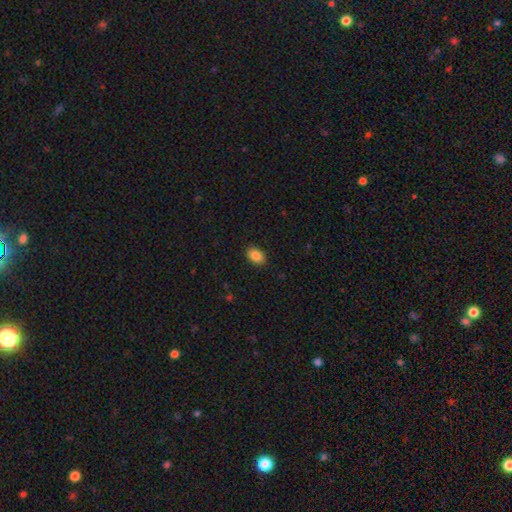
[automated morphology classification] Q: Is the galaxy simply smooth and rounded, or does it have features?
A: smooth — 87%.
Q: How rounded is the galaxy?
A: in between — 84%.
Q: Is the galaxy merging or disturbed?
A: none — 90%.